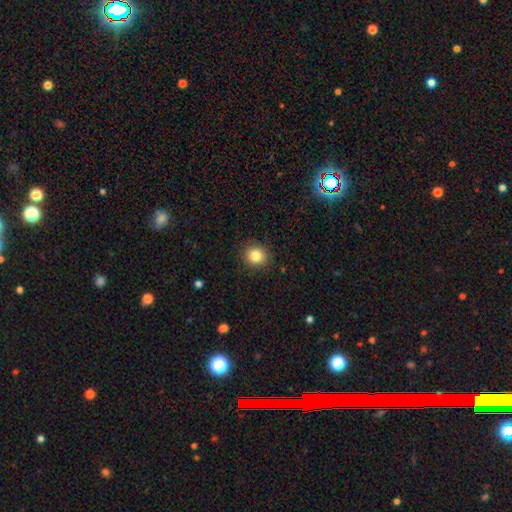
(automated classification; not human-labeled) Smooth or featured? Predicted: smooth (p=0.84). How rounded? Predicted: round (p=0.84). Merging? Predicted: none (p=0.89).